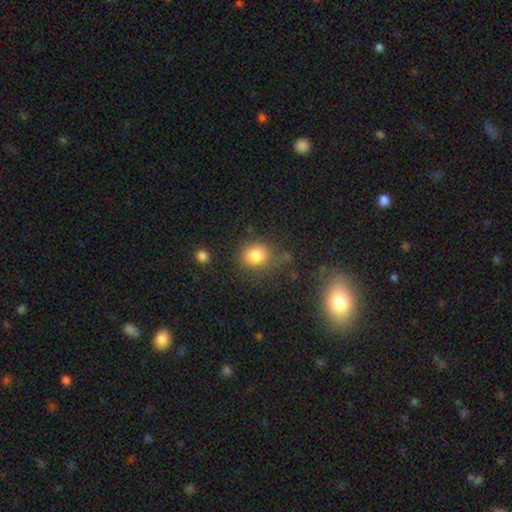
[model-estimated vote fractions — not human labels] Smooth or featured? Predicted: smooth (p=0.81). How rounded? Predicted: round (p=0.71). Merging? Predicted: none (p=0.70).